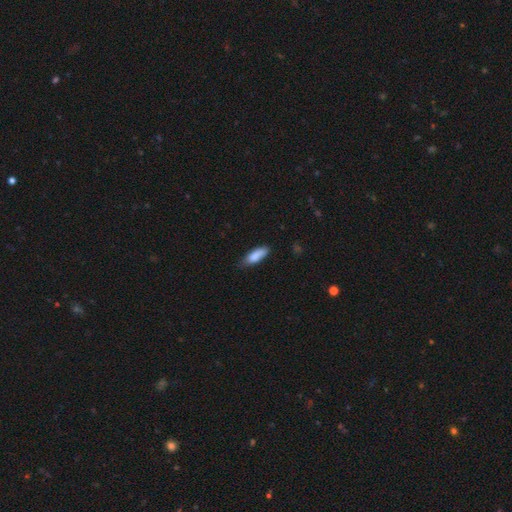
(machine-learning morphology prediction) Overall: smooth (86%). How rounded: in between (64%; cigar-shaped 34%). Merging: none (67%).